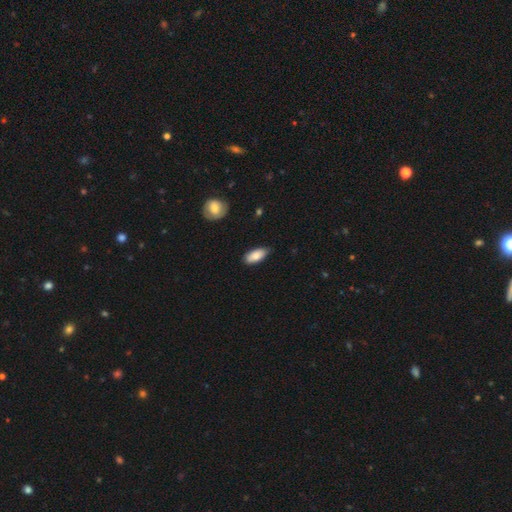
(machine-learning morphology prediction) type=smooth (83%); roundness=in between (88%); merging=none (76%).